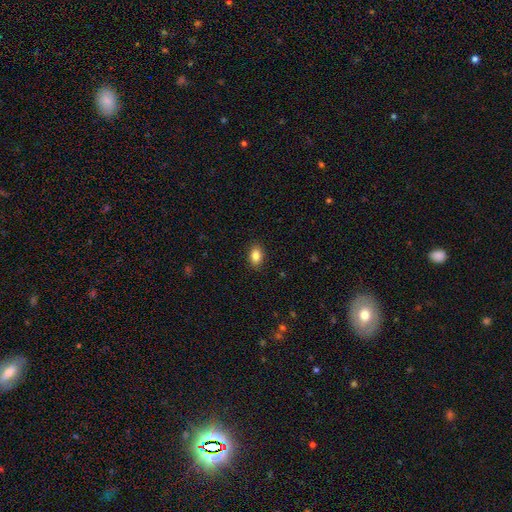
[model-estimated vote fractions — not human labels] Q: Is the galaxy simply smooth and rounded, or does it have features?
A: smooth — 85%.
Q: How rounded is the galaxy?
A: in between — 79%.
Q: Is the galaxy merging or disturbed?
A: none — 89%.